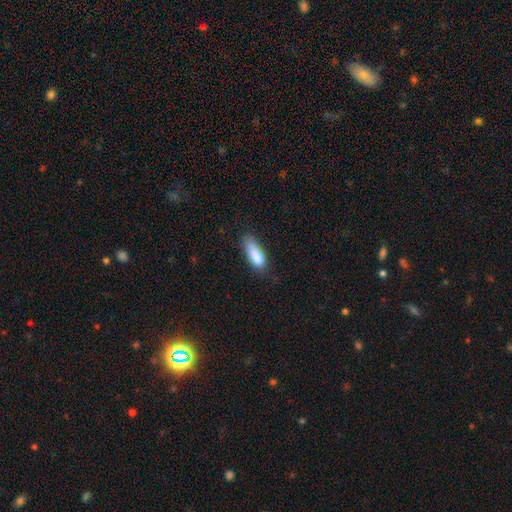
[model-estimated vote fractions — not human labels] Smooth or featured: smooth — 87% (star or artifact — 7%)
How rounded: in between — 70% (cigar-shaped — 29%)
Merging: none — 62% (minor disturbance — 30%)